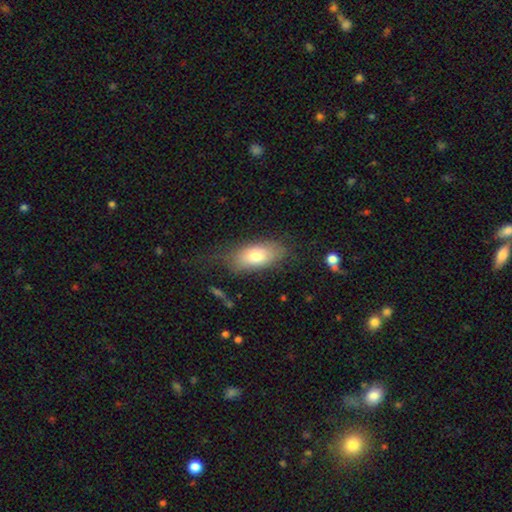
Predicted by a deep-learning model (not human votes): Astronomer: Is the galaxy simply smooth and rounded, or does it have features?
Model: smooth — 74%.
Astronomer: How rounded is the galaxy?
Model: in between — 89%.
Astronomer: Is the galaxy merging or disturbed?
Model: none — 65%.